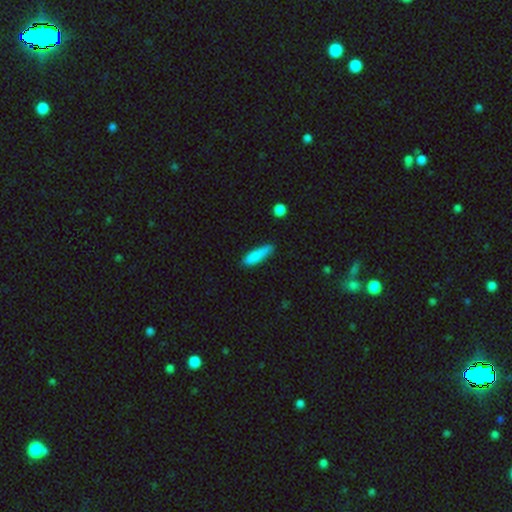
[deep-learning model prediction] The model was most divided on "merging": none: 64%, minor disturbance: 27%, major disturbance: 5%, merger: 3%. More confident: smooth or featured — smooth (82%); how rounded — cigar-shaped (72%).